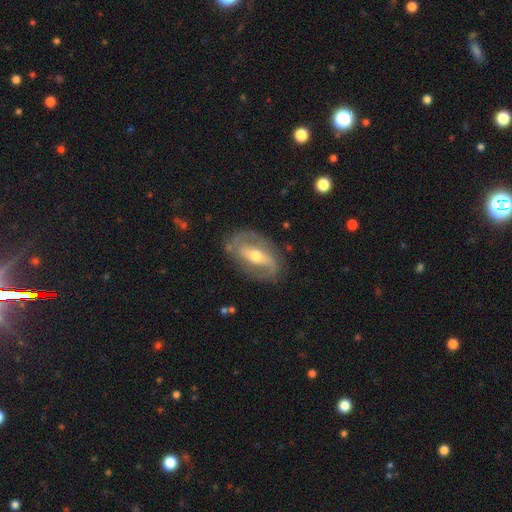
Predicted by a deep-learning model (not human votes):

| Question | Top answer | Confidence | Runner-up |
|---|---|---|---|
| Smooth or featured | featured or disk | 84% | smooth (11%) |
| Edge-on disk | no | 95% | yes (5%) |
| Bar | strong | 43% | weak (35%) |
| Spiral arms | yes | 88% | no (12%) |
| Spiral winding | medium | 46% | tight (27%) |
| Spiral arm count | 2 | 85% | can't tell (7%) |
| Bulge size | moderate | 63% | small (31%) |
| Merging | none | 78% | minor disturbance (15%) |